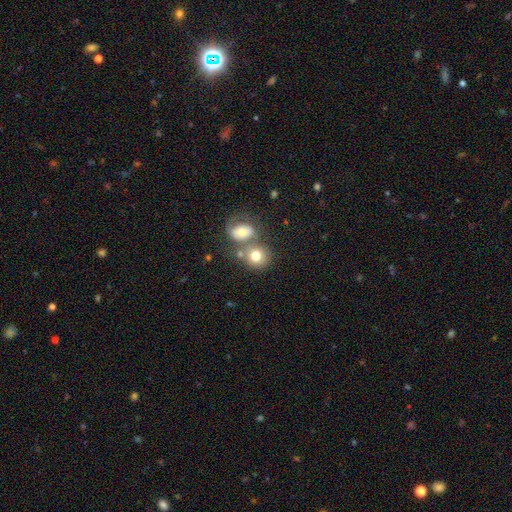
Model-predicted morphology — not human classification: This is likely a smooth galaxy (69%). How rounded: likely round (73%). Merging: possibly merger (45%).